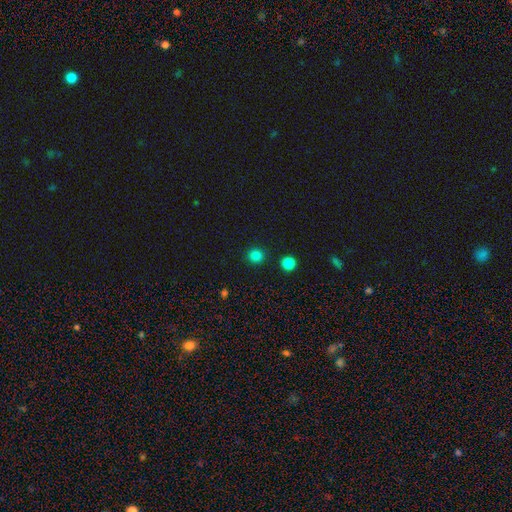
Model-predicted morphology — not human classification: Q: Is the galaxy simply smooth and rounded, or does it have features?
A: smooth — 83%.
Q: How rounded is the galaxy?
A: round — 93%.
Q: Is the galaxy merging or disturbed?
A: none — 91%.